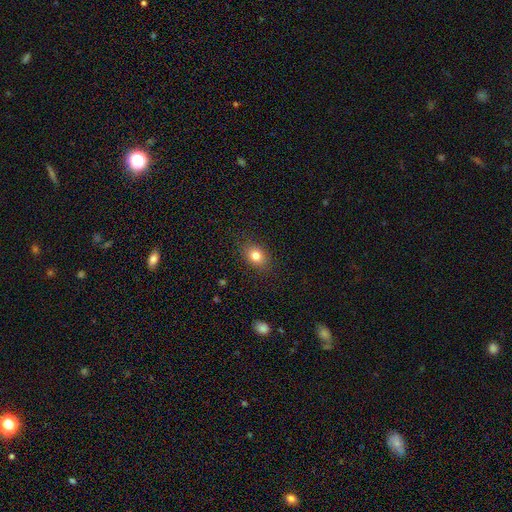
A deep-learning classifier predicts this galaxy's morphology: Smooth or featured? smooth (81%)
How rounded? in between (62%)
Merging? none (87%)